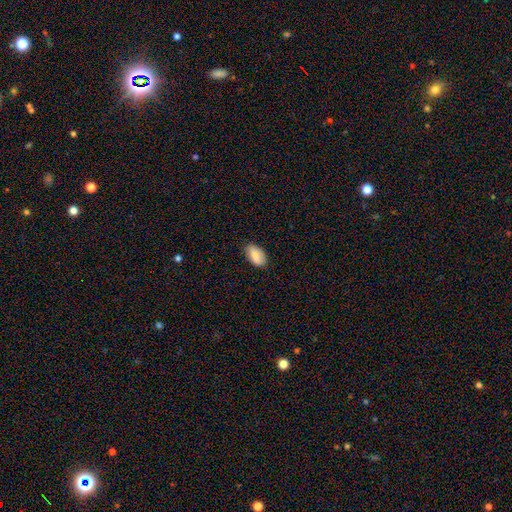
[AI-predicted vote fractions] The model was most divided on "merging": none: 80%, minor disturbance: 16%, major disturbance: 3%, merger: 1%. More confident: how rounded — in between (93%); smooth or featured — smooth (81%).